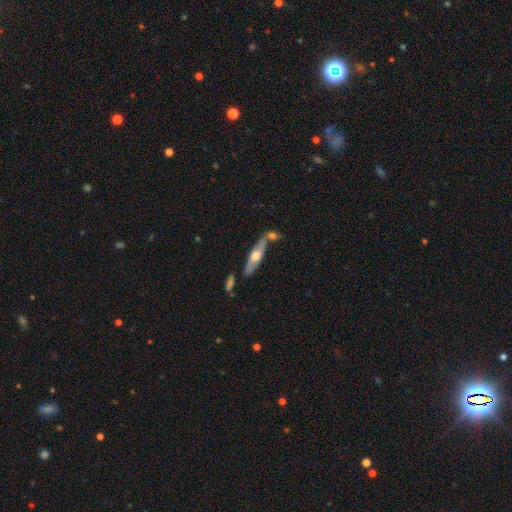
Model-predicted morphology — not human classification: Smooth or featured?
  - featured or disk: 55% *
  - smooth: 40%
  - star or artifact: 6%
Edge-on disk?
  - yes: 73% *
  - no: 27%
Merging?
  - none: 60% *
  - merger: 22%
  - minor disturbance: 14%
  - major disturbance: 4%